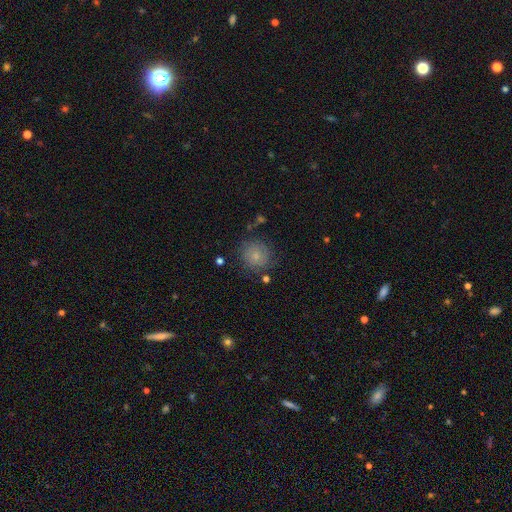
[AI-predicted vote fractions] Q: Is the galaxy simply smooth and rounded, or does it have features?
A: smooth — 71%.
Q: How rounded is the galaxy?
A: round — 88%.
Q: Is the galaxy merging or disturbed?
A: none — 74%.